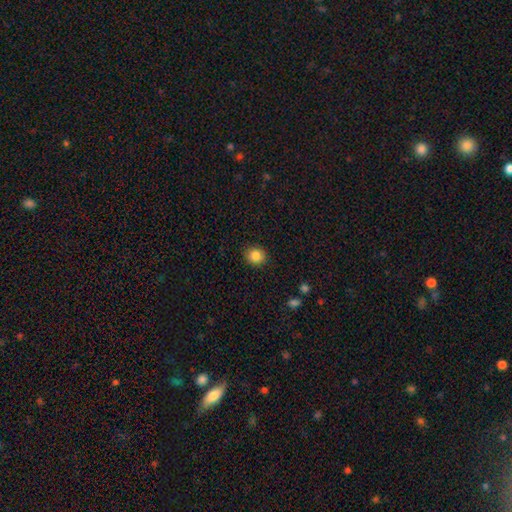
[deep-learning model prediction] A smooth galaxy with no disk features (85%) that is round (77%).

Vote fractions:
- Smooth or featured? smooth: 85% / star or artifact: 10% / featured or disk: 5%
- How rounded? round: 77% / in between: 22% / cigar-shaped: 1%
- Merging? none: 90% / minor disturbance: 7% / major disturbance: 2% / merger: 1%